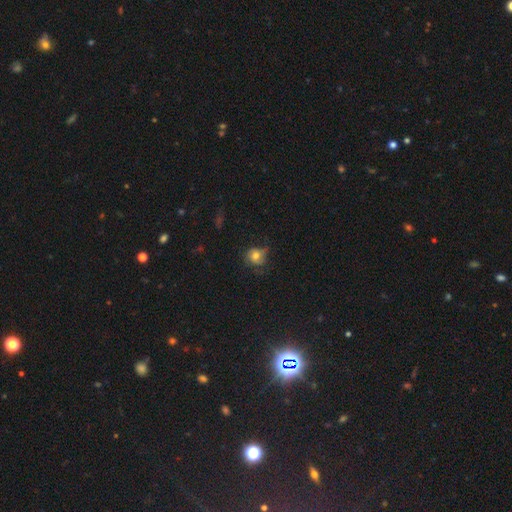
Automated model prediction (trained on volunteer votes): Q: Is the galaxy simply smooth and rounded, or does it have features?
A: smooth — 68%.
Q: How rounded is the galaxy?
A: round — 74%.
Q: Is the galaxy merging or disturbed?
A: none — 51%.